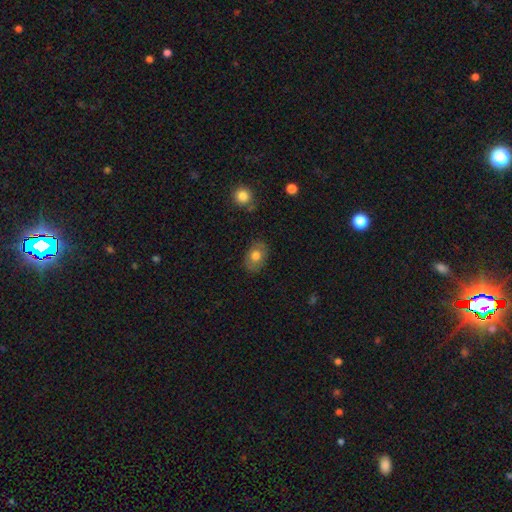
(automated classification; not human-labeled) The model was most divided on "smooth or featured": smooth: 69%, featured or disk: 23%, star or artifact: 8%. More confident: merging — none (82%); how rounded — in between (75%).